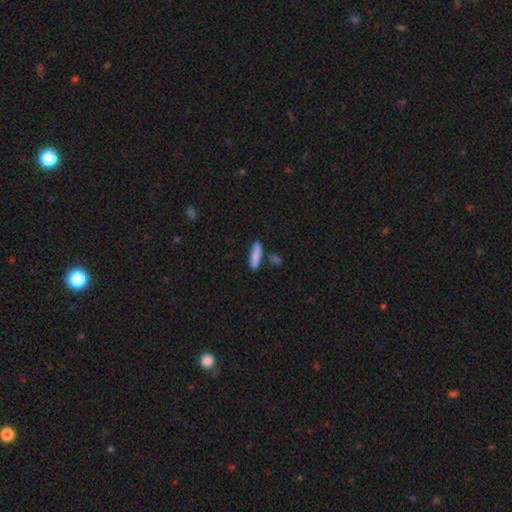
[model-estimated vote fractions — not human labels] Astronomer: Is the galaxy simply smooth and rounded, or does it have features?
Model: smooth — 83%.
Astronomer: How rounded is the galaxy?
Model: cigar-shaped — 65%.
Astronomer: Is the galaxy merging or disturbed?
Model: none — 71%.